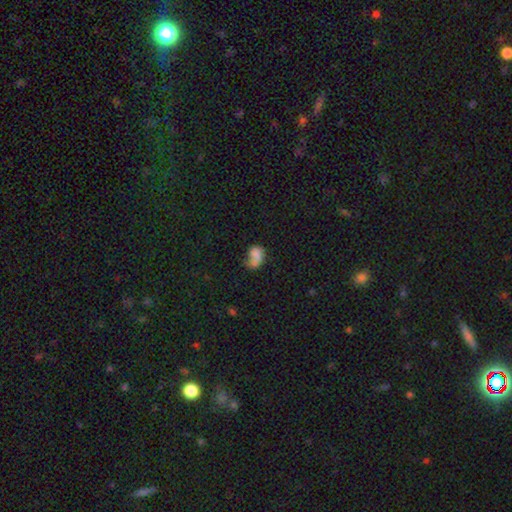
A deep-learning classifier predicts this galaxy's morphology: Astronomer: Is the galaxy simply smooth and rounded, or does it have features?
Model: smooth — 67%.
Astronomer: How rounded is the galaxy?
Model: in between — 74%.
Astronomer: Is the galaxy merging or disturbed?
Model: major disturbance — 30% (runner-up: none, 28%).